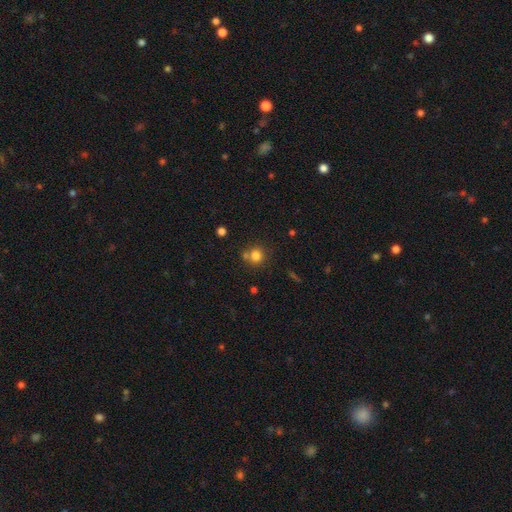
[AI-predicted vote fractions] A smooth galaxy with no disk features (80%) that is round (89%).

Vote fractions:
- Smooth or featured? smooth: 80% / star or artifact: 13% / featured or disk: 7%
- How rounded? round: 89% / in between: 10% / cigar-shaped: 1%
- Merging? none: 64% / merger: 22% / minor disturbance: 11% / major disturbance: 4%